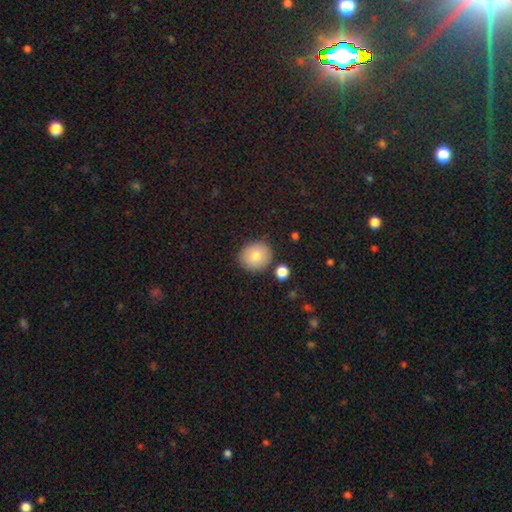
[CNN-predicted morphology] Smooth or featured? Predicted: smooth (p=0.77). How rounded? Predicted: round (p=0.79). Merging? Predicted: none (p=0.84).